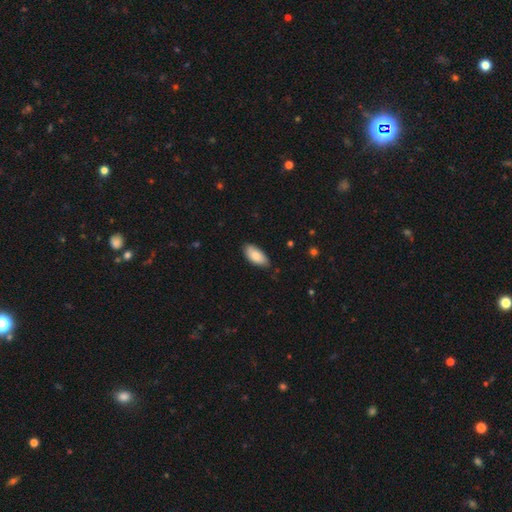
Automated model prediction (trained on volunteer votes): Smooth or featured? Predicted: smooth (p=0.84). How rounded? Predicted: in between (p=0.91). Merging? Predicted: none (p=0.80).